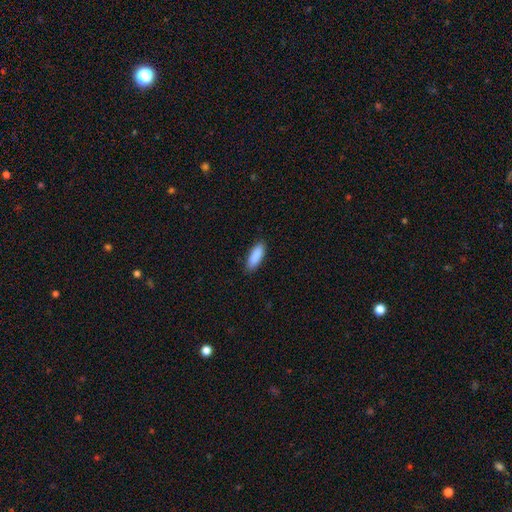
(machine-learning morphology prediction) Smooth or featured?
  - smooth: 90% *
  - star or artifact: 6%
  - featured or disk: 4%
How rounded?
  - in between: 63% *
  - cigar-shaped: 35%
  - round: 2%
Merging?
  - none: 88% *
  - minor disturbance: 9%
  - major disturbance: 2%
  - merger: 1%